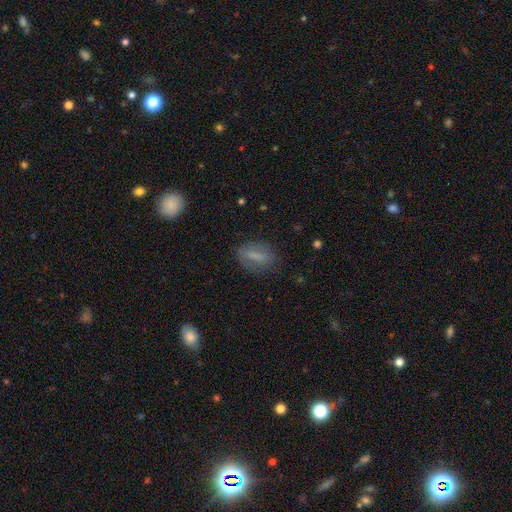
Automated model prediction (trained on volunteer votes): The model was most divided on "smooth or featured": smooth: 68%, featured or disk: 23%, star or artifact: 9%. More confident: merging — none (75%); how rounded — in between (70%).